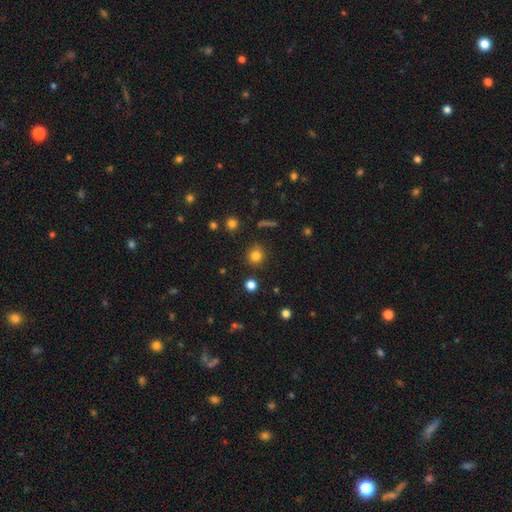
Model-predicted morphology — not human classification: Smooth or featured? smooth (81%)
How rounded? round (92%)
Merging? none (88%)